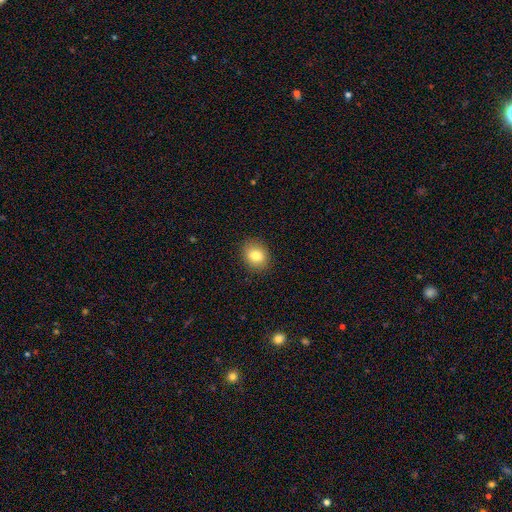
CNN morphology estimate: Q: Smooth or featured?
A: smooth (80%); runner-up: star or artifact (10%)
Q: How rounded?
A: round (61%); runner-up: in between (38%)
Q: Merging?
A: none (89%); runner-up: minor disturbance (8%)